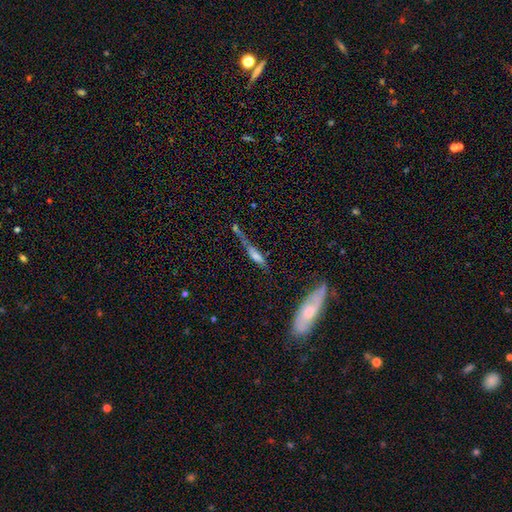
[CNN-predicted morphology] Smooth or featured? smooth (52%)
How rounded? cigar-shaped (71%)
Merging? none (38%)